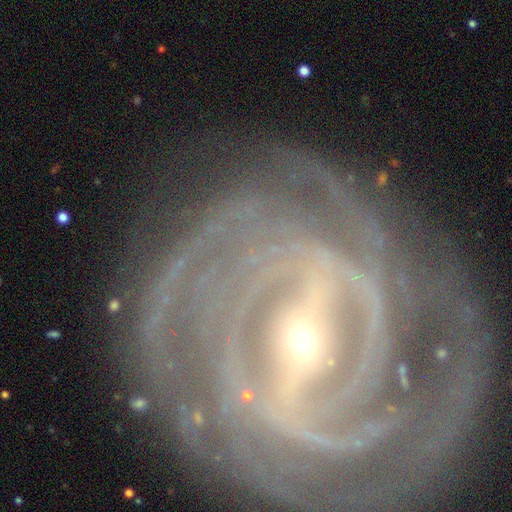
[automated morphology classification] Smooth or featured: featured or disk — 90% (star or artifact — 6%)
Edge-on disk: no — 96% (yes — 4%)
Bar: strong — 67% (weak — 21%)
Spiral arms: yes — 95% (no — 5%)
Spiral winding: tight — 71% (medium — 24%)
Spiral arm count: 2 — 26% (can't tell — 20%)
Bulge size: small — 77% (moderate — 19%)
Merging: none — 66% (minor disturbance — 17%)